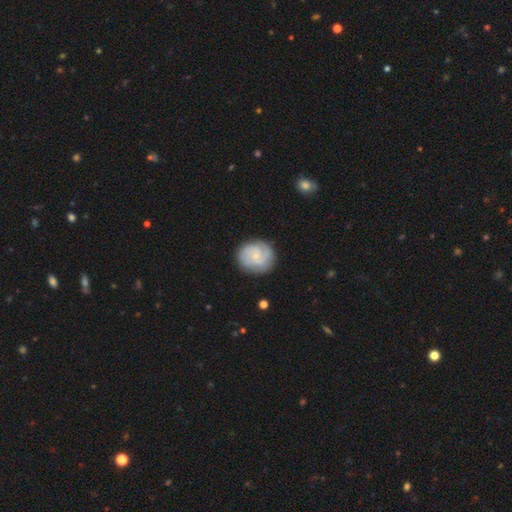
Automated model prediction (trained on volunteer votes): A featured or disk galaxy (70%) with no bar (61%), 2 (47%) tight (49%) spiral arms (94%) and a small central bulge (72%).

Vote fractions:
- Smooth or featured? featured or disk: 70% / smooth: 24% / star or artifact: 6%
- Edge-on disk? no: 98% / yes: 2%
- Bar? no: 61% / weak: 35% / strong: 4%
- Spiral arms? yes: 94% / no: 6%
- Spiral winding? tight: 49% / medium: 40% / loose: 12%
- Spiral arm count? 2: 47% / can't tell: 20% / 3: 20% / 4: 4% / 1: 4% / more than 4: 4%
- Bulge size? small: 72% / moderate: 16% / none: 10% / large: 1% / dominant: 1%
- Merging? none: 82% / minor disturbance: 13% / major disturbance: 4% / merger: 1%